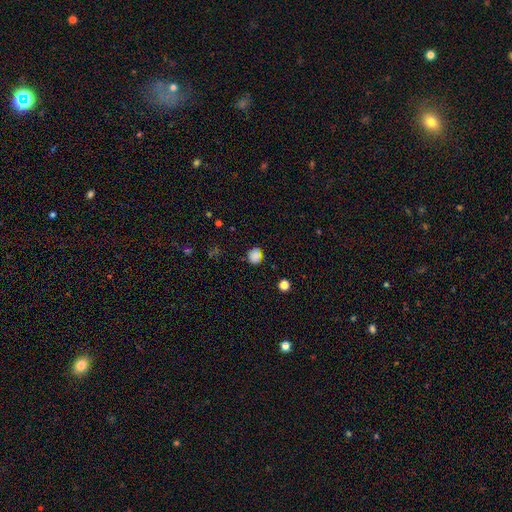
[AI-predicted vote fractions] Overall: smooth (82%). How rounded: round (76%). Merging: none (80%).